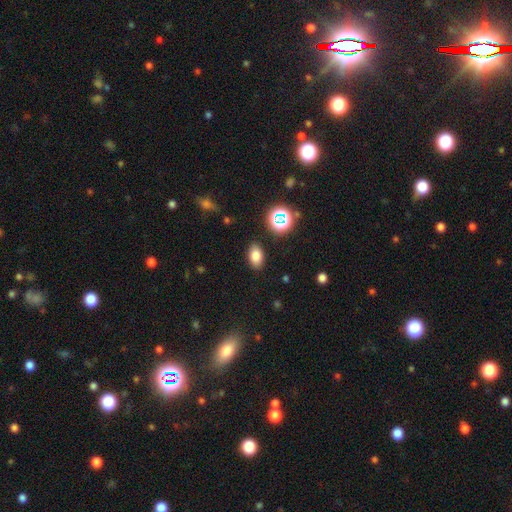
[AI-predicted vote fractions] Overall: smooth (77%). How rounded: in between (88%). Merging: none (86%).